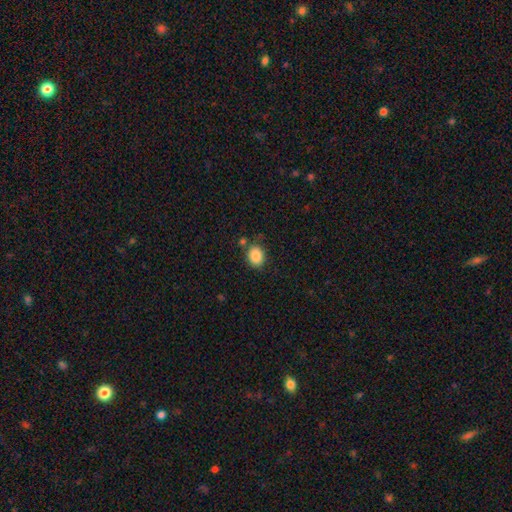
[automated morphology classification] smooth_or_featured: smooth (p=0.87) [alt: star or artifact p=0.09]
how_rounded: in between (p=0.52) [alt: round p=0.47]
merging: none (p=0.78) [alt: minor disturbance p=0.12]